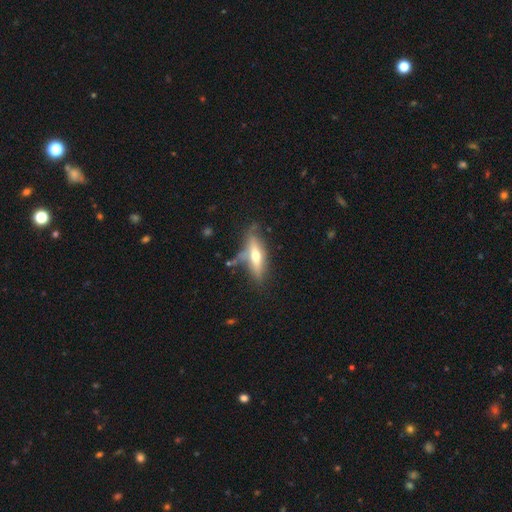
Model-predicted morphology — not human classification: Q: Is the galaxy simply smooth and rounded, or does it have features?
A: featured or disk — 51%.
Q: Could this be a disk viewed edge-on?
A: yes — 84%.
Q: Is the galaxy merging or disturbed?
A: none — 64%.